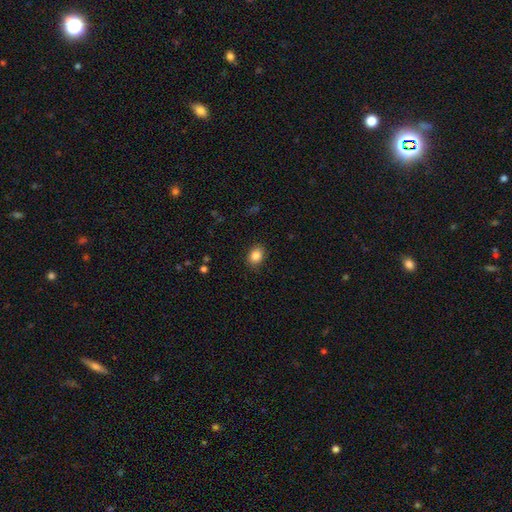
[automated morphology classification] Smooth or featured?
  - smooth: 86% *
  - star or artifact: 9%
  - featured or disk: 5%
How rounded?
  - in between: 60% *
  - round: 39%
  - cigar-shaped: 1%
Merging?
  - none: 85% *
  - minor disturbance: 12%
  - major disturbance: 3%
  - merger: 1%